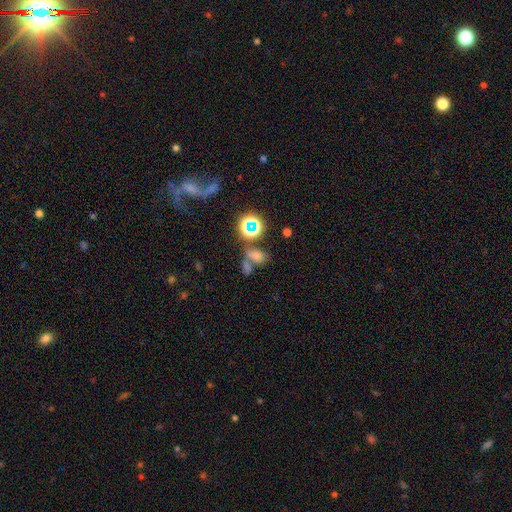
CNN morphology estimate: Q: Smooth or featured?
A: smooth (60%); runner-up: star or artifact (28%)
Q: How rounded?
A: in between (73%); runner-up: round (24%)
Q: Merging?
A: merger (45%); runner-up: none (35%)